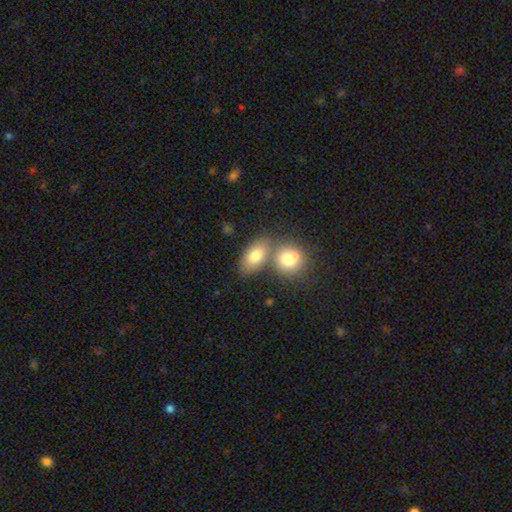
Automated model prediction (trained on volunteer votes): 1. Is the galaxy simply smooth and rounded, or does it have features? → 78% smooth, 13% featured or disk, 8% star or artifact.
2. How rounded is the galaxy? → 85% in between, 12% round, 3% cigar-shaped.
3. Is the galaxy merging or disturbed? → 47% none, 38% merger, 11% minor disturbance, 4% major disturbance.